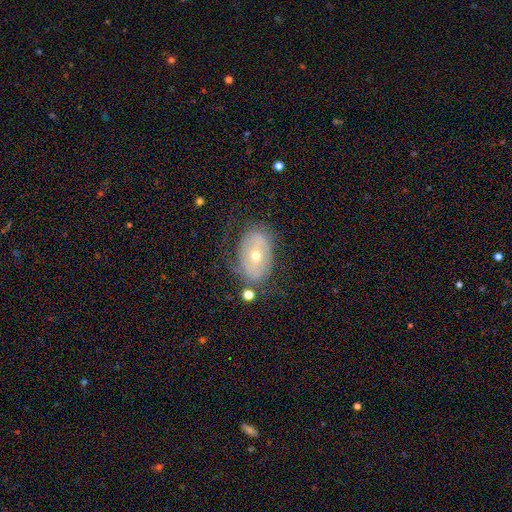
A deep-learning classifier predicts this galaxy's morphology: This appears to be a featured or disk galaxy (54%). Merging: none (63%).